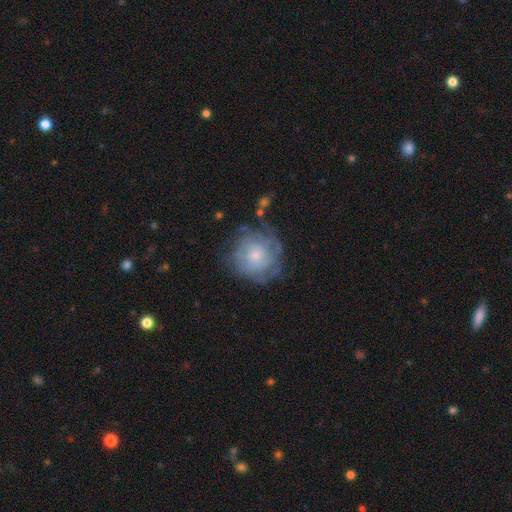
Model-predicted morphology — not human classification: Q: Smooth or featured?
A: featured or disk (55%); runner-up: smooth (37%)
Q: Edge-on disk?
A: no (97%); runner-up: yes (3%)
Q: Bar?
A: no (84%); runner-up: weak (14%)
Q: Spiral arms?
A: yes (58%); runner-up: no (42%)
Q: Bulge size?
A: small (62%); runner-up: moderate (30%)
Q: Merging?
A: none (62%); runner-up: minor disturbance (21%)